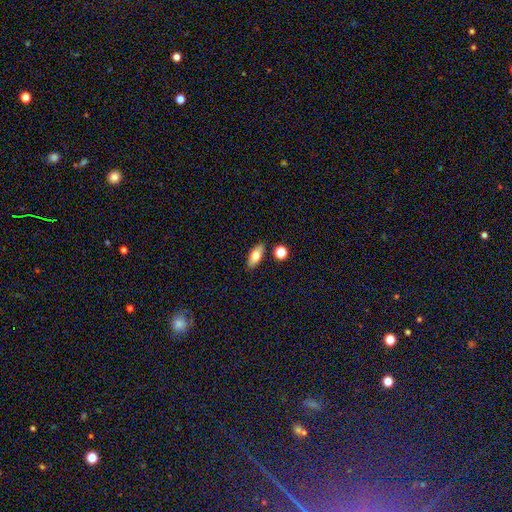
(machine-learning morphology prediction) Smooth or featured? Predicted: smooth (p=0.73). How rounded? Predicted: in between (p=0.81). Merging? Predicted: none (p=0.82).